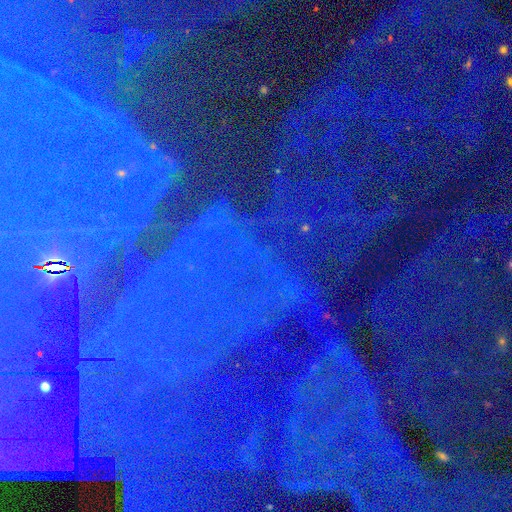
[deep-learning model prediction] A star or artifact, not a galaxy (86%).